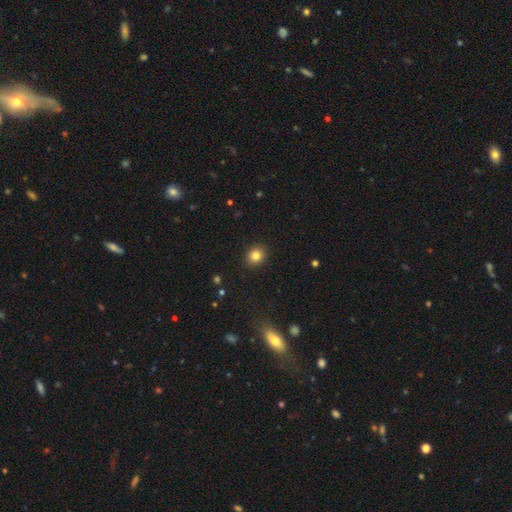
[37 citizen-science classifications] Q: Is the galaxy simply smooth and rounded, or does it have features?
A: smooth — 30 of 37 (81%).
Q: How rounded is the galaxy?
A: round — 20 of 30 (67%).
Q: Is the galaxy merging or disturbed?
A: none — 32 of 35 (91%).